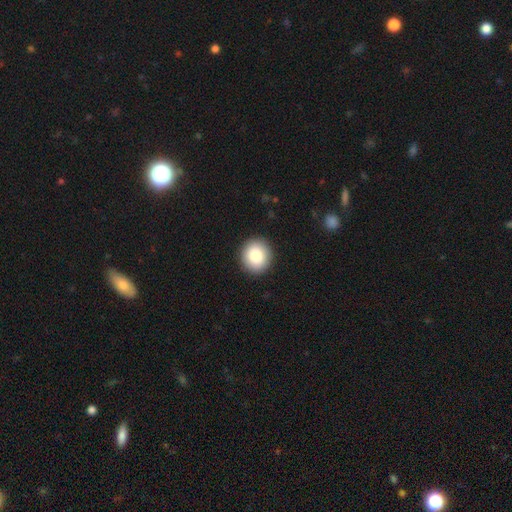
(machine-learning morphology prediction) smooth_or_featured: smooth (p=0.86) [alt: star or artifact p=0.08]
how_rounded: round (p=0.86) [alt: in between p=0.13]
merging: none (p=0.92) [alt: minor disturbance p=0.06]